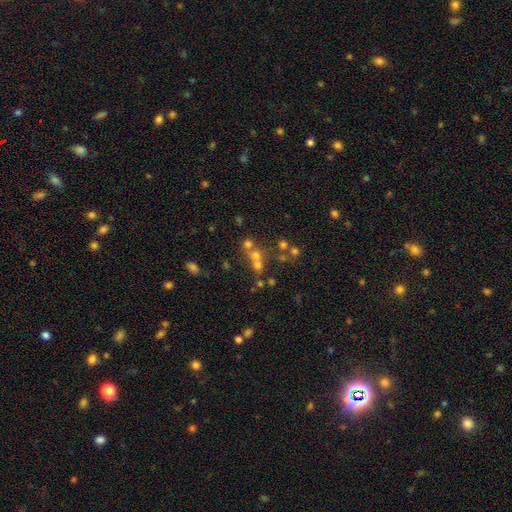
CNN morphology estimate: Smooth or featured? smooth (49%)
Merging? merger (45%)